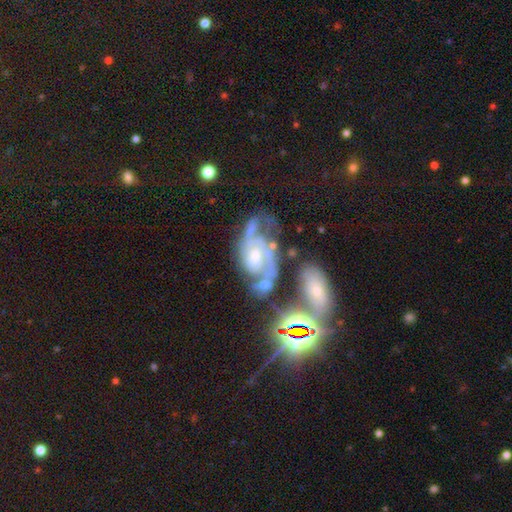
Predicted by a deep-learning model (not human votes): This is clearly a featured or disk galaxy (80%). It is clearly not viewed edge-on (97%). Bar: possibly no (56%). Spiral arm pattern: clearly yes (93%). Spiral arm count: possibly 2 (49%). Spiral winding: marginally medium (44%, tied with tight). Central bulge: possibly moderate (48%). Merging: marginally none (40%).